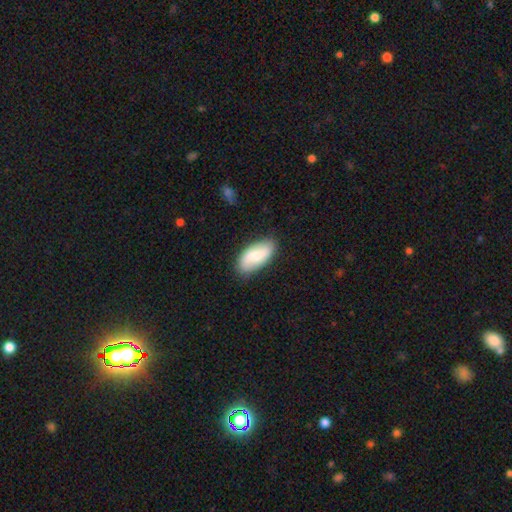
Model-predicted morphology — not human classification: Overall: smooth (61%; featured or disk 33%). How rounded: in between (91%). Merging: none (82%).